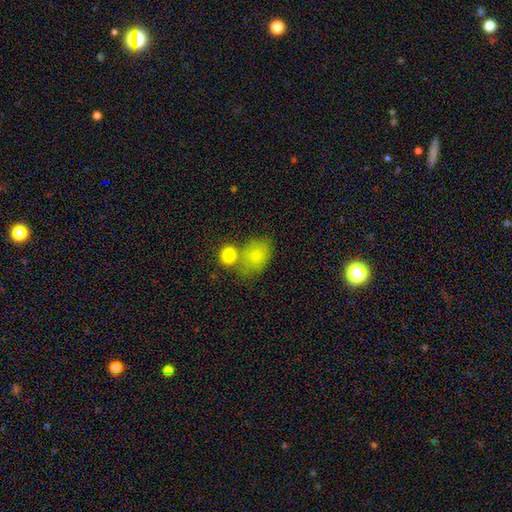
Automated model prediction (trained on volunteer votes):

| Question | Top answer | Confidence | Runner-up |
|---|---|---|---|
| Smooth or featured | smooth | 82% | featured or disk (9%) |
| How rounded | in between | 68% | round (31%) |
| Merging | none | 44% | merger (33%) |